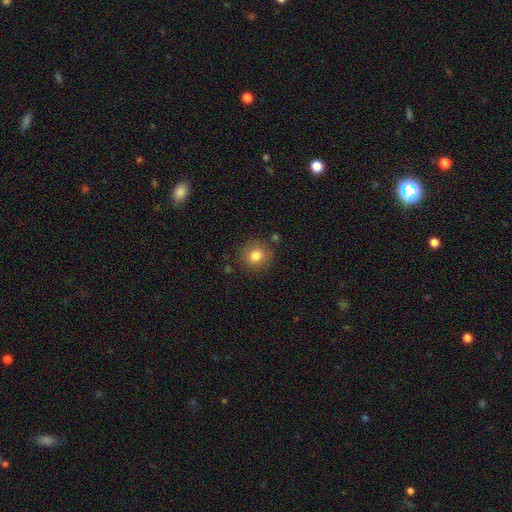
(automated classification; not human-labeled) Overall: smooth (81%). How rounded: round (86%). Merging: none (84%).